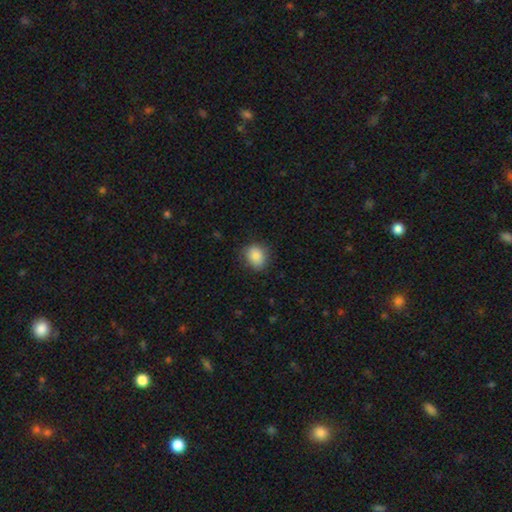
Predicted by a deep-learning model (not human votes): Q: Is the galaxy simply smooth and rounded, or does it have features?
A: smooth — 84%.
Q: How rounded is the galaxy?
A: round — 66%.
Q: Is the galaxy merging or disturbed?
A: none — 80%.